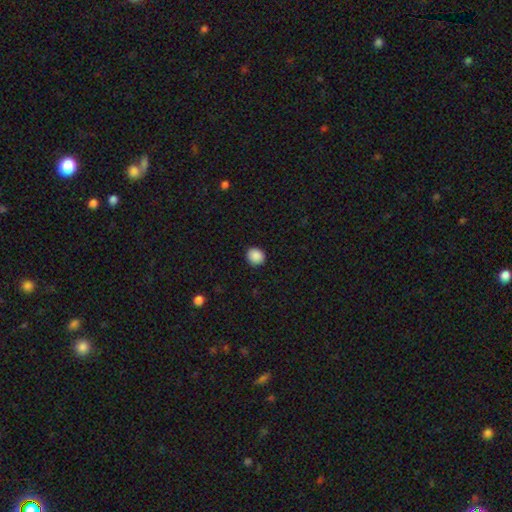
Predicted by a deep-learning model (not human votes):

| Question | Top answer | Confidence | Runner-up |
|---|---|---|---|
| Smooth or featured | smooth | 89% | star or artifact (8%) |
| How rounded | round | 83% | in between (16%) |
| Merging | none | 90% | minor disturbance (7%) |